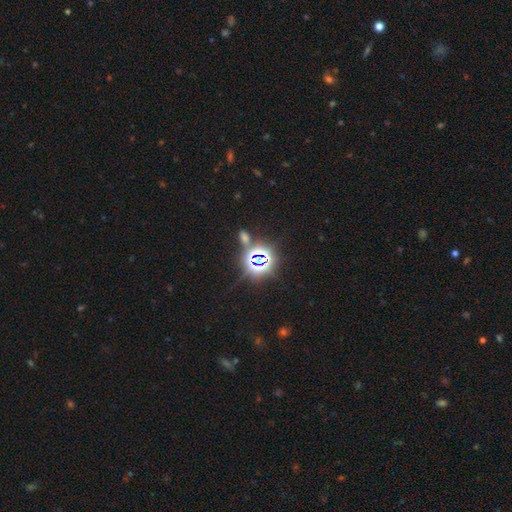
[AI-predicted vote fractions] smooth-or-featured: star or artifact: 79% | smooth: 15% | featured or disk: 7%